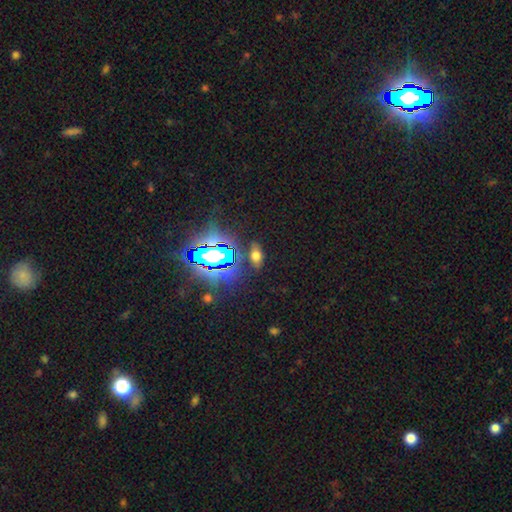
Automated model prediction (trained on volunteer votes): The model was most divided on "smooth or featured": smooth: 50%, star or artifact: 34%, featured or disk: 16%. More confident: merging — none (83%); how rounded — in between (81%).